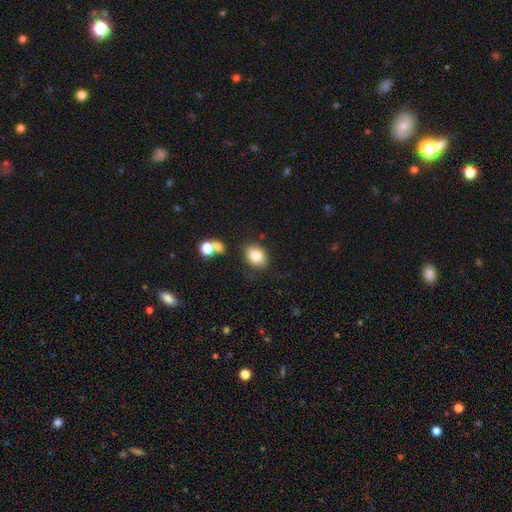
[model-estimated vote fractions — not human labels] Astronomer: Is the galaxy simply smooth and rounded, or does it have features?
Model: smooth — 81%.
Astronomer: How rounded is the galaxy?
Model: in between — 72%.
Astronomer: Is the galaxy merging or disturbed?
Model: none — 79%.